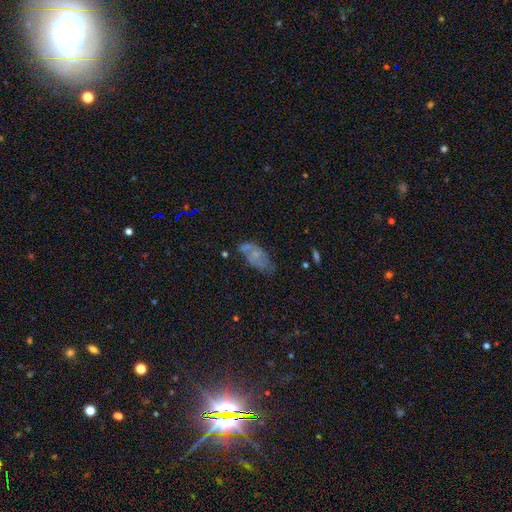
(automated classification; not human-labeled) smooth_or_featured: smooth (p=0.51) [alt: featured or disk p=0.36]
how_rounded: in between (p=0.89) [alt: cigar-shaped p=0.07]
merging: none (p=0.46) [alt: minor disturbance p=0.29]